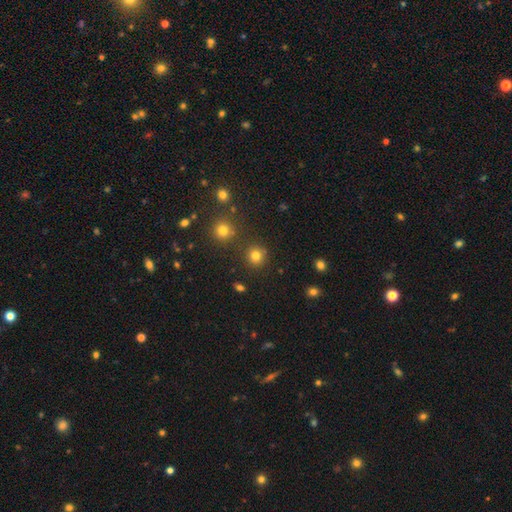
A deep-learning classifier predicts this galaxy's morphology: This appears to be a smooth galaxy with no disk features (79%) that is round (92%). Merging: none (86%).